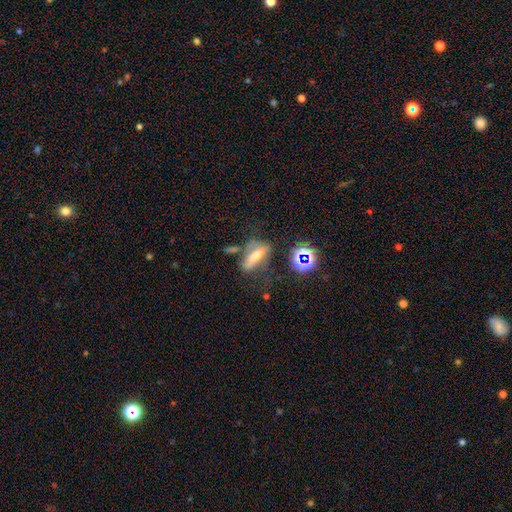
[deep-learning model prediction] A smooth galaxy with no disk features (48%). Merging: none (46%).